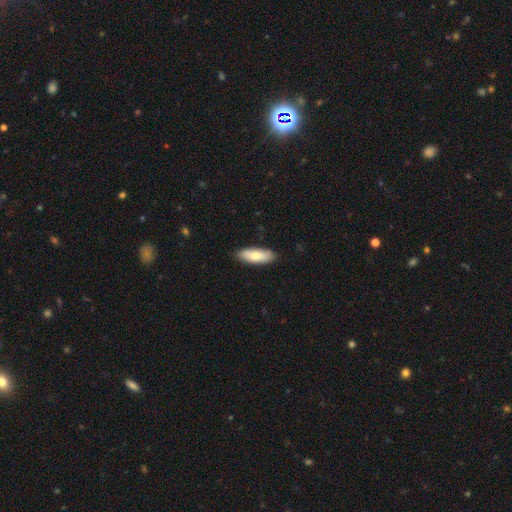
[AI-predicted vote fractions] Q: Smooth or featured?
A: smooth (72%); runner-up: featured or disk (23%)
Q: How rounded?
A: in between (64%); runner-up: cigar-shaped (34%)
Q: Merging?
A: none (86%); runner-up: minor disturbance (11%)